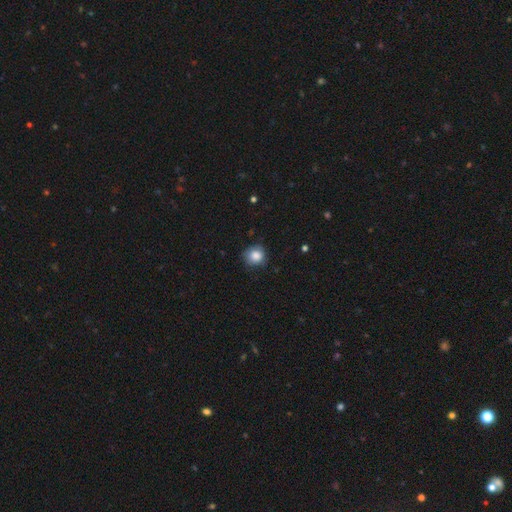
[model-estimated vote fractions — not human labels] Morphology: type=smooth (85%); roundness=round (85%); merging=none (72%).